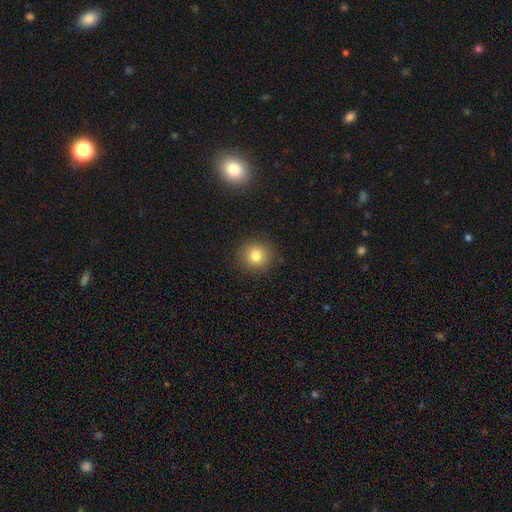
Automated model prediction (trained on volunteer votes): smooth 81%, star or artifact 12%, featured or disk 7%. Down the decision tree: how rounded — round (92%); merging — none (90%).